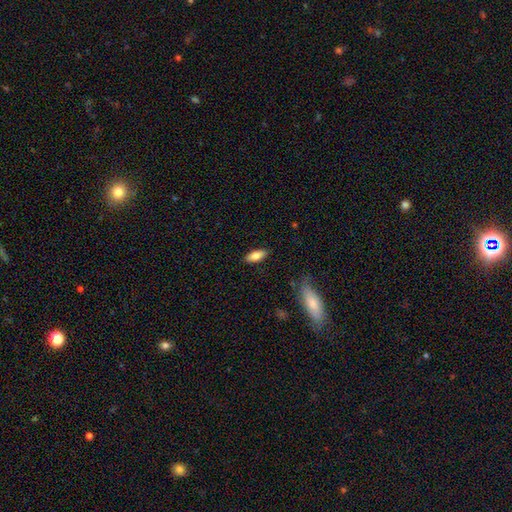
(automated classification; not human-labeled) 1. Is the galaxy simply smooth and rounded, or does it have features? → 77% smooth, 16% featured or disk, 7% star or artifact.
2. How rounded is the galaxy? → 78% in between, 19% cigar-shaped, 2% round.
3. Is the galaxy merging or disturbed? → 87% none, 10% minor disturbance, 2% major disturbance, 1% merger.